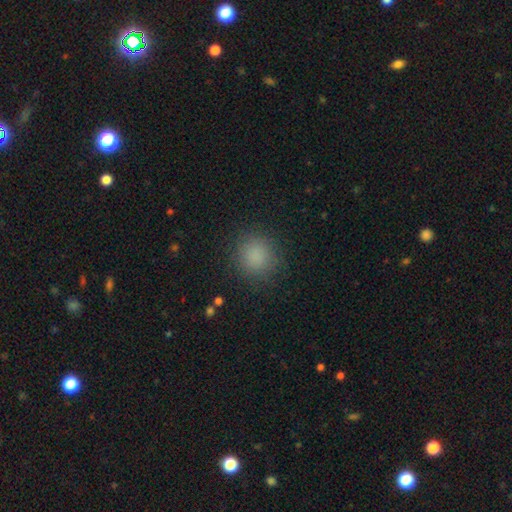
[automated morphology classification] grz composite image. It shows a smooth galaxy with no disk features (85%) that is round (89%). Merging: none (88%).